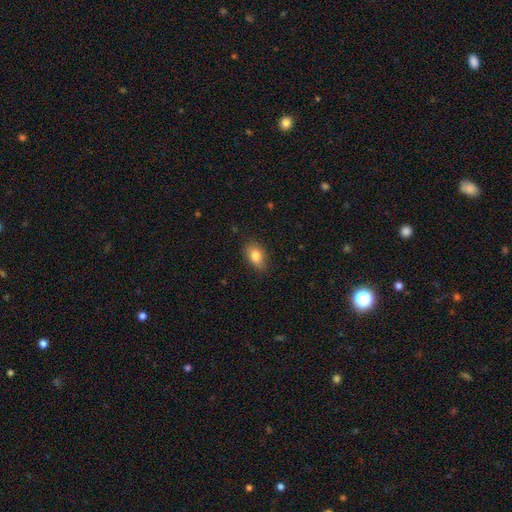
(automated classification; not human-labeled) Overall: smooth (82%). How rounded: in between (84%). Merging: none (84%).